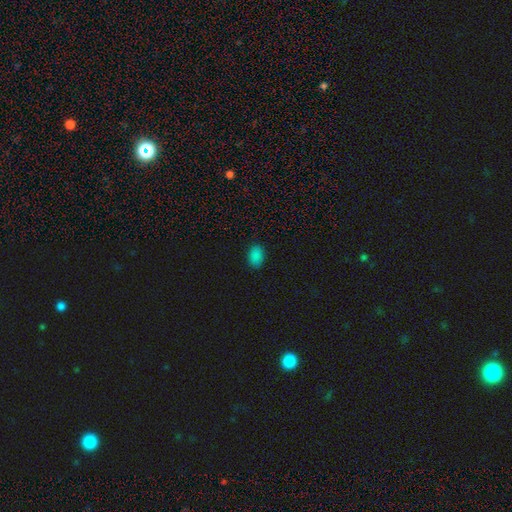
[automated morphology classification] The model was most divided on "smooth or featured": smooth: 84%, star or artifact: 13%, featured or disk: 3%. More confident: how rounded — in between (87%); merging — none (86%).